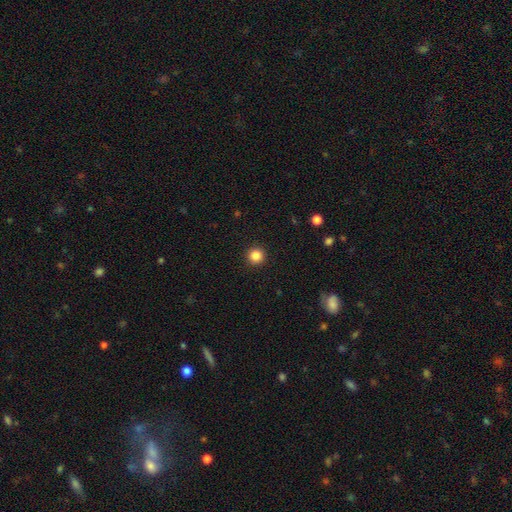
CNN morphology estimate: type=smooth (85%); roundness=round (96%); merging=none (93%).